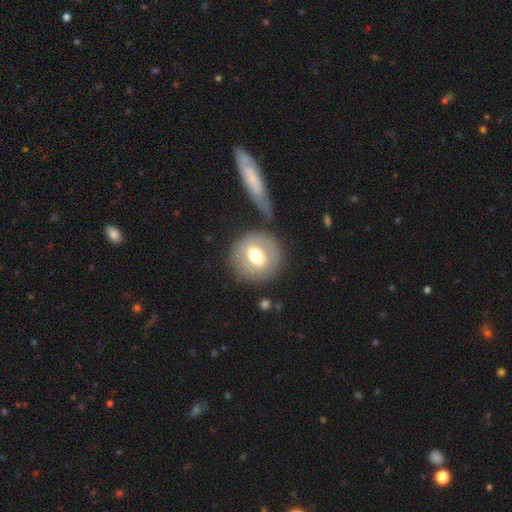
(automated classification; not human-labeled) Overall: smooth (61%; featured or disk 32%). How rounded: round (88%). Merging: none (75%).